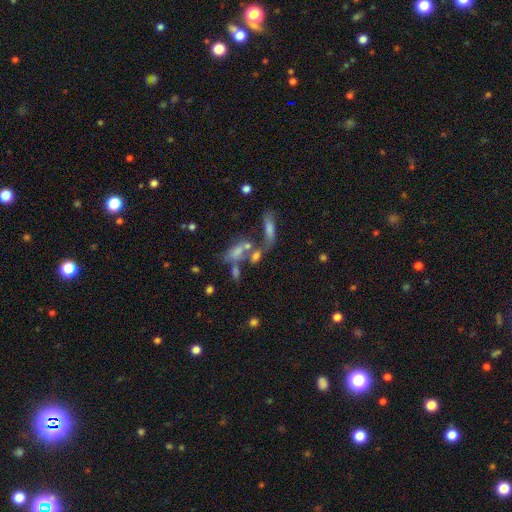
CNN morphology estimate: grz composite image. It shows a smooth galaxy with no disk features (53%) that is in between round and cigar-shaped (63%). Merging: merger (49%).